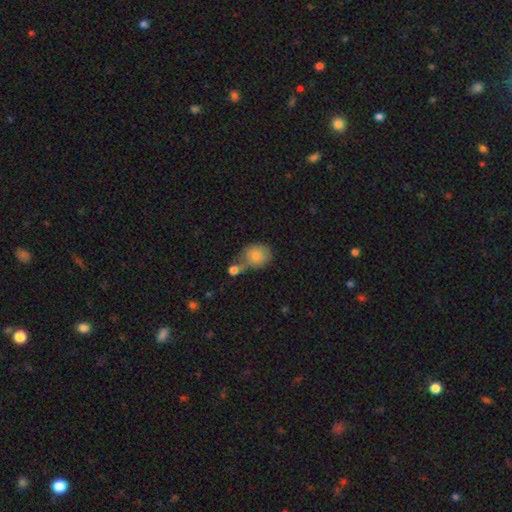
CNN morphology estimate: A smooth galaxy with no disk features (78%) that is round (63%). Merging: none (49%).